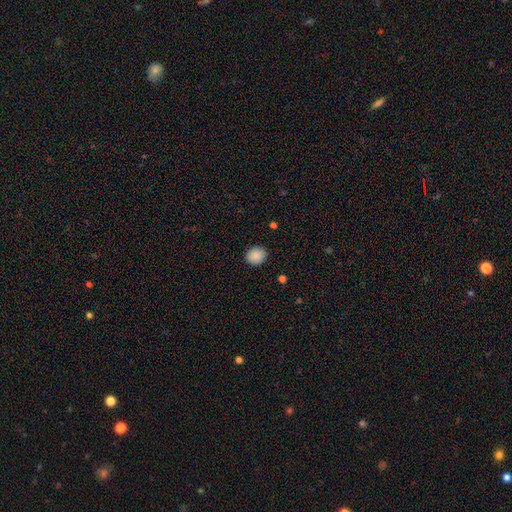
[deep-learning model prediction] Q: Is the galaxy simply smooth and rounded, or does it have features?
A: smooth — 89%.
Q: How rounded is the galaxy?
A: round — 63%.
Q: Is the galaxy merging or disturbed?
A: none — 89%.